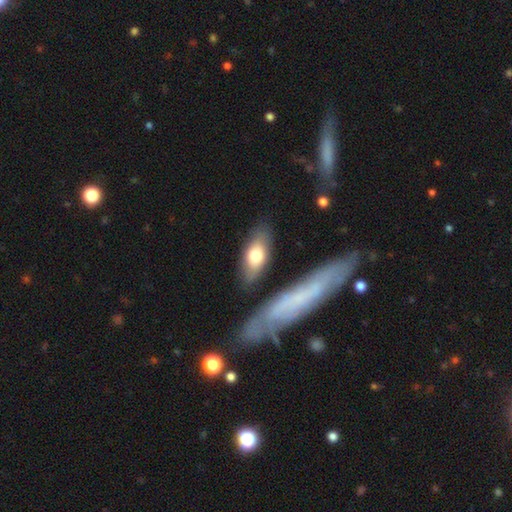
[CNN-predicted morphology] Smooth or featured? smooth (66%)
How rounded? in between (78%)
Merging? none (78%)